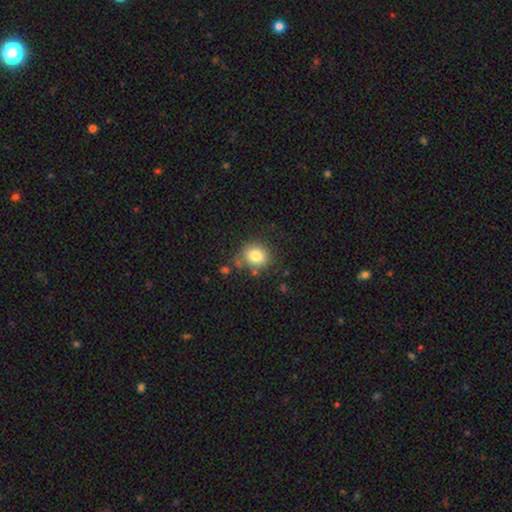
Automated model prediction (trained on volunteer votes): A smooth galaxy with no disk features (81%) that is round (76%). Merging: none (76%).